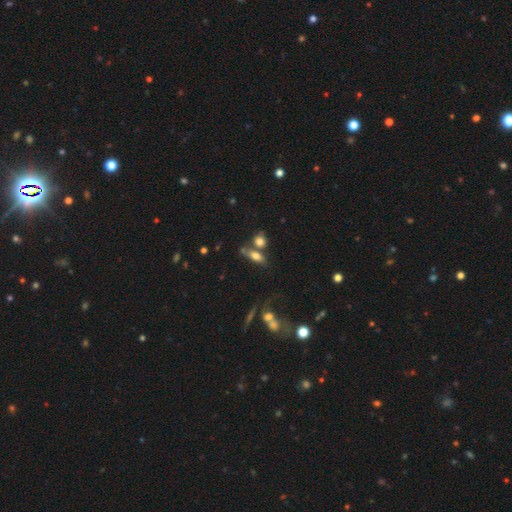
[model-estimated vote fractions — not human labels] Smooth or featured: smooth — 68% (featured or disk — 21%)
How rounded: in between — 63% (cigar-shaped — 22%)
Merging: none — 49% (merger — 31%)